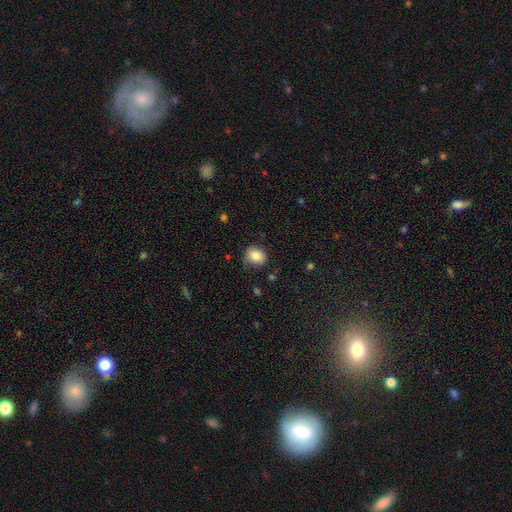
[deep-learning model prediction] Q: Smooth or featured?
A: smooth (82%); runner-up: featured or disk (9%)
Q: How rounded?
A: round (63%); runner-up: in between (36%)
Q: Merging?
A: none (68%); runner-up: minor disturbance (23%)